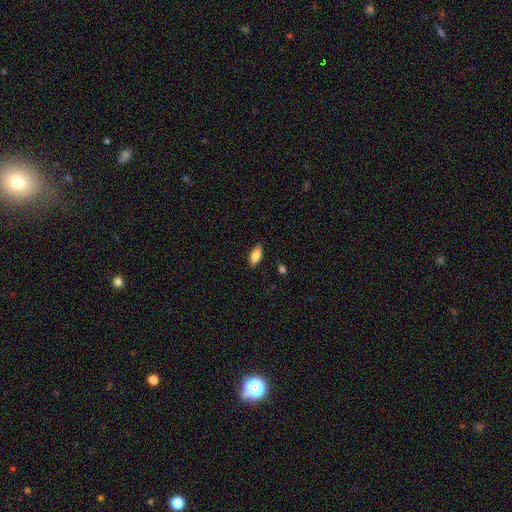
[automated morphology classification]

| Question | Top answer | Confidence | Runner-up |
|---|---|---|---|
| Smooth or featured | smooth | 82% | featured or disk (11%) |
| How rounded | in between | 87% | cigar-shaped (10%) |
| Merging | none | 86% | minor disturbance (11%) |